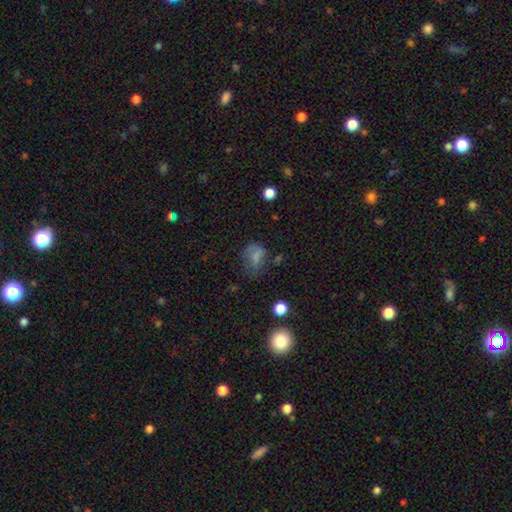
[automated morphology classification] A smooth galaxy with no disk features (63%) that is in between round and cigar-shaped (61%). Merging: major disturbance (35%).